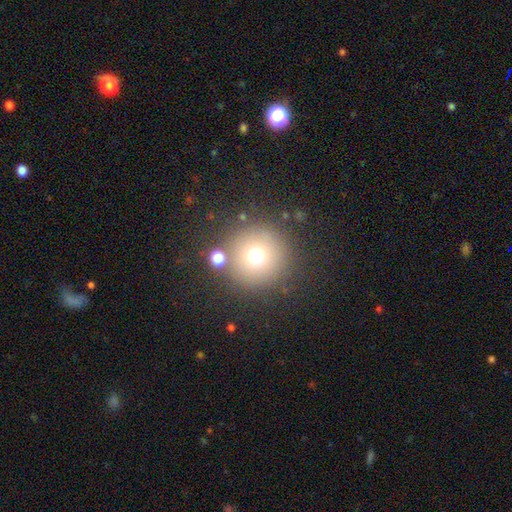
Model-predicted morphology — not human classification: This appears to be a smooth galaxy with no disk features (71%) that is round (96%). Merging: none (83%).